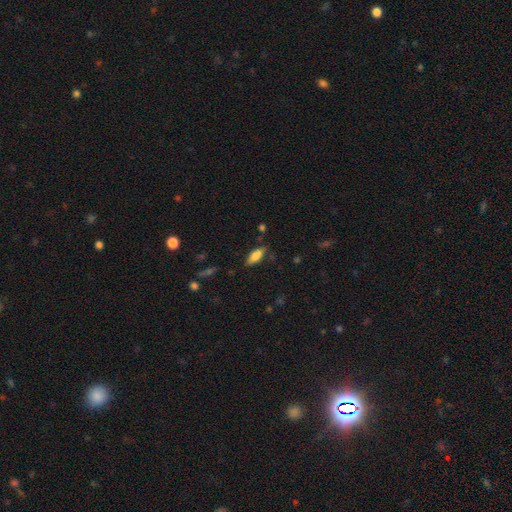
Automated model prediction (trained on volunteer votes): Smooth or featured? Predicted: smooth (p=0.75). How rounded? Predicted: in between (p=0.74). Merging? Predicted: none (p=0.77).